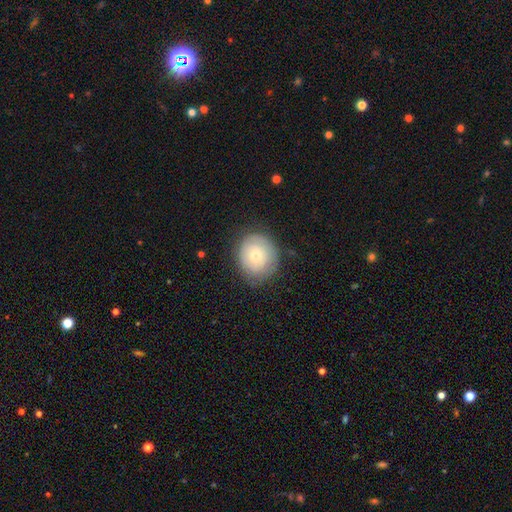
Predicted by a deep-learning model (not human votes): This appears to be a smooth galaxy with no disk features (57%) that is round (74%). Merging: none (77%).